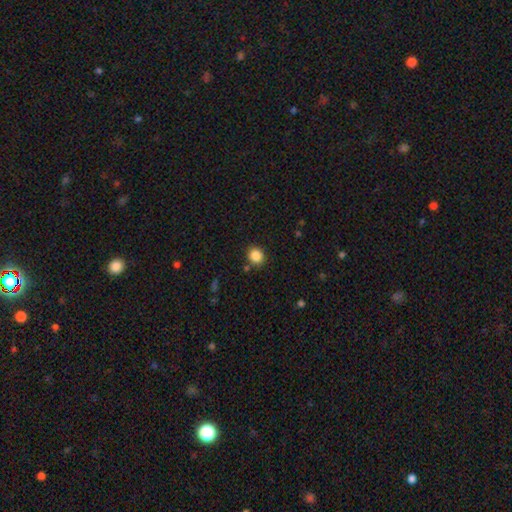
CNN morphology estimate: Smooth or featured: smooth — 86% (star or artifact — 10%)
How rounded: round — 79% (in between — 20%)
Merging: none — 87% (minor disturbance — 7%)